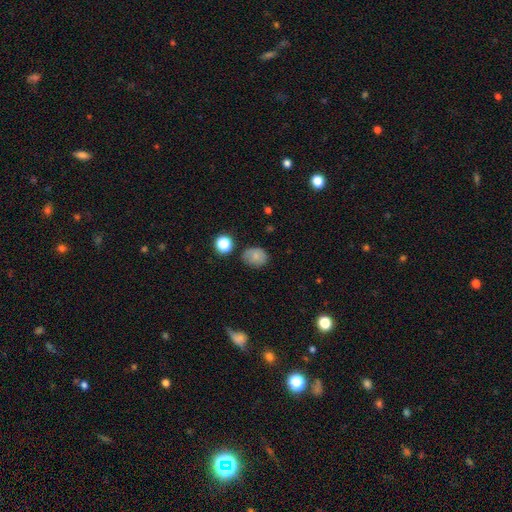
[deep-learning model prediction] A smooth galaxy with no disk features (79%) that is round (52%).

Vote fractions:
- Smooth or featured? smooth: 79% / star or artifact: 12% / featured or disk: 10%
- How rounded? round: 52% / in between: 47% / cigar-shaped: 1%
- Merging? none: 74% / minor disturbance: 18% / major disturbance: 4% / merger: 3%